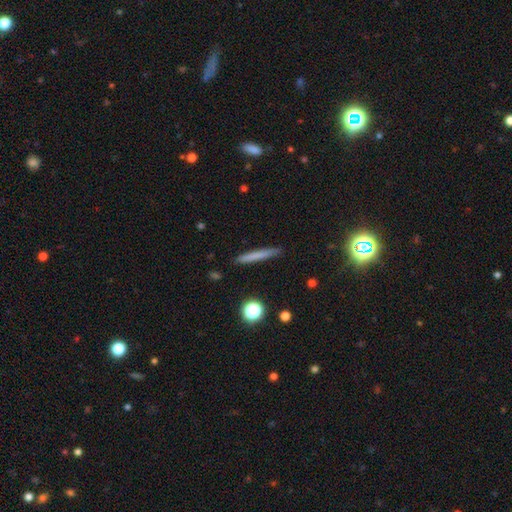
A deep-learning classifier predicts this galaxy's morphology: Overall: smooth (69%). How rounded: cigar-shaped (95%). Merging: none (90%).